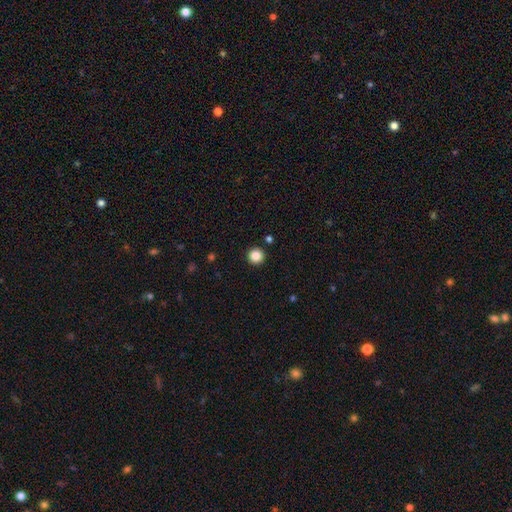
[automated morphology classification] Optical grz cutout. It shows a smooth galaxy with no disk features (86%) that is round (96%). Merging: none (92%).